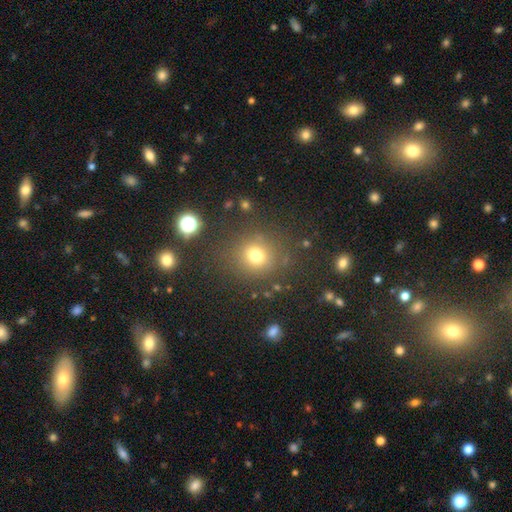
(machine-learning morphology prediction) type=smooth (73%); roundness=round (85%); merging=none (80%).